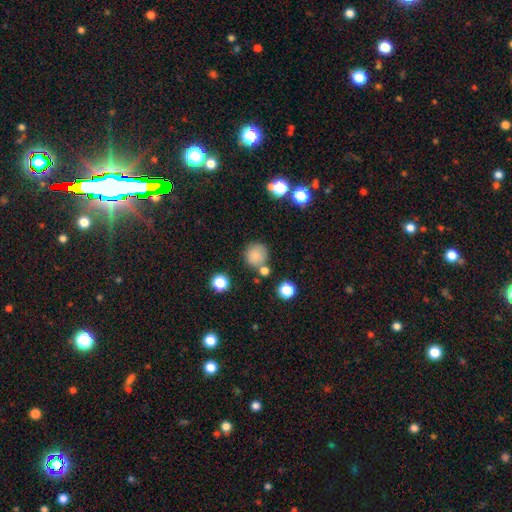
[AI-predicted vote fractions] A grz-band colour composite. It shows a smooth galaxy with no disk features (80%) that is round (90%). Merging: none (70%).